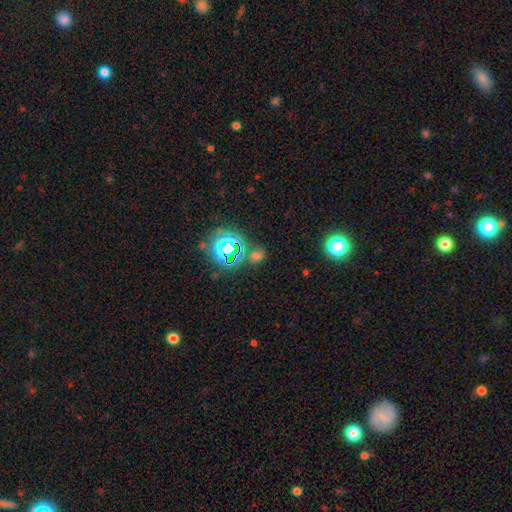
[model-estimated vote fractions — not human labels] Q: Smooth or featured?
A: star or artifact (48%); runner-up: smooth (44%)